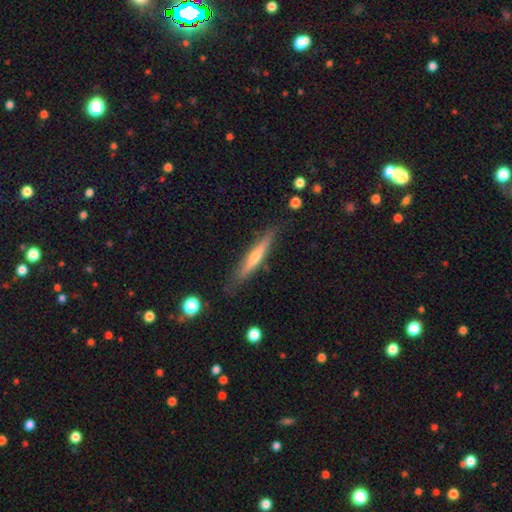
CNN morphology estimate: type=featured or disk (56%); edge-on=yes (94%); edge-on bulge=rounded (74%); merging=none (86%).